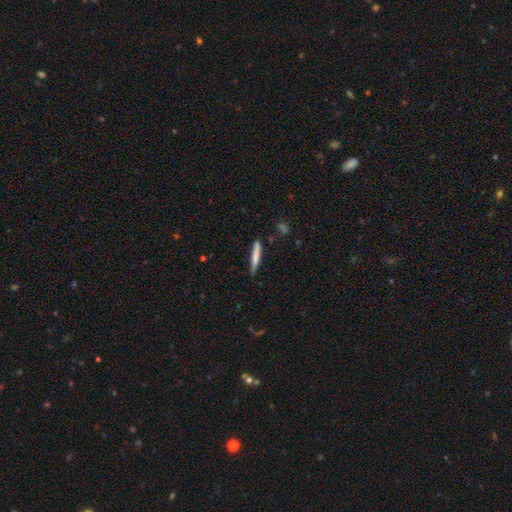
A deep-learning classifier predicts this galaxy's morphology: smooth 68%, featured or disk 26%, star or artifact 6%. Down the decision tree: how rounded — cigar-shaped (94%); merging — none (82%).